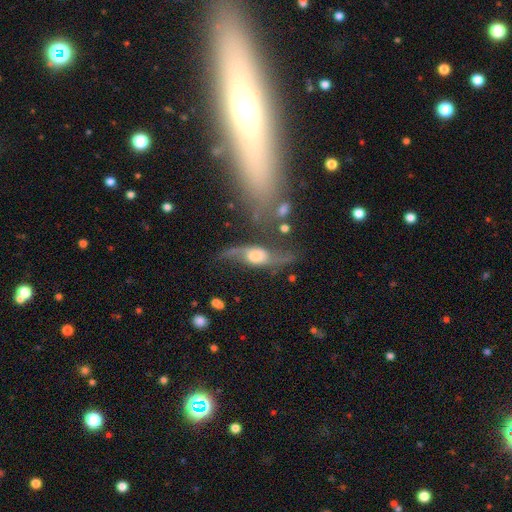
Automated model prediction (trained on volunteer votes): Morphology: type=featured or disk (76%); edge-on=no (78%); bar=no (57%); spiral arms=yes (90%); winding=loose (83%); arm count=2 (91%); bulge=moderate (43%); merging=none (50%).